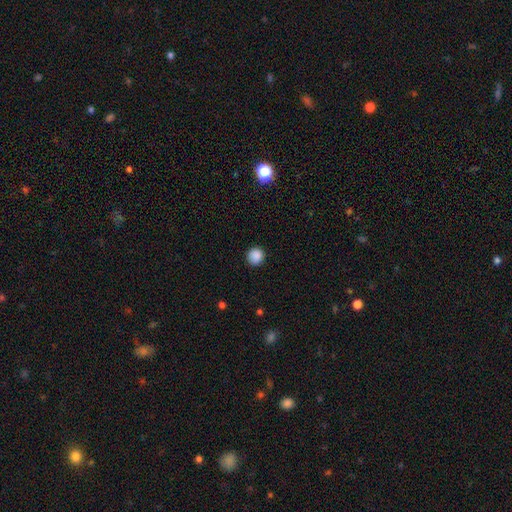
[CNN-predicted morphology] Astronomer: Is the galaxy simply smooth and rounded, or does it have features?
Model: smooth — 88%.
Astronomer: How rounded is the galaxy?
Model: round — 93%.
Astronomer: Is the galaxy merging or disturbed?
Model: none — 91%.